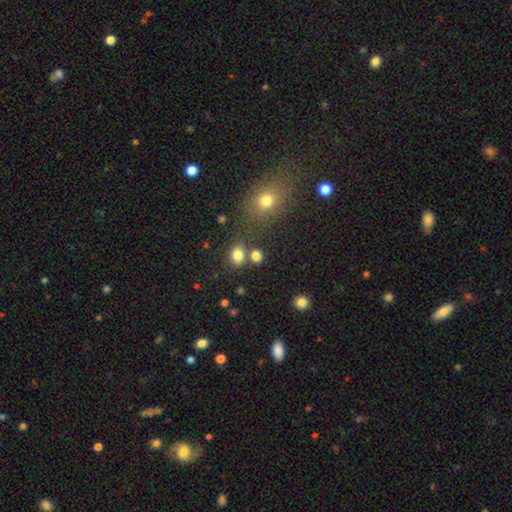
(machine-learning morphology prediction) A smooth galaxy with no disk features (80%) that is round (60%). Merging: none (69%).